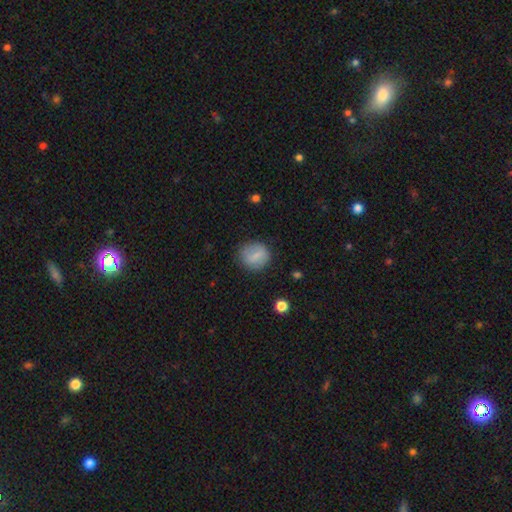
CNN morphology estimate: The model was most divided on "how rounded": round: 74%, in between: 24%, cigar-shaped: 2%. More confident: merging — none (80%); smooth or featured — smooth (71%).